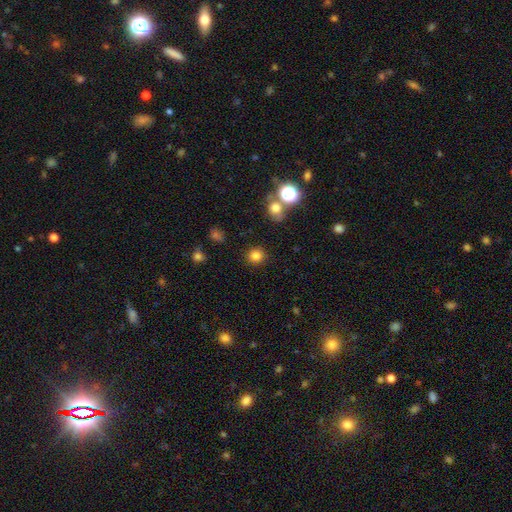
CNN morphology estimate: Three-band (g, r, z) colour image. It shows a smooth galaxy with no disk features (82%) that is round (91%). Merging: none (89%).